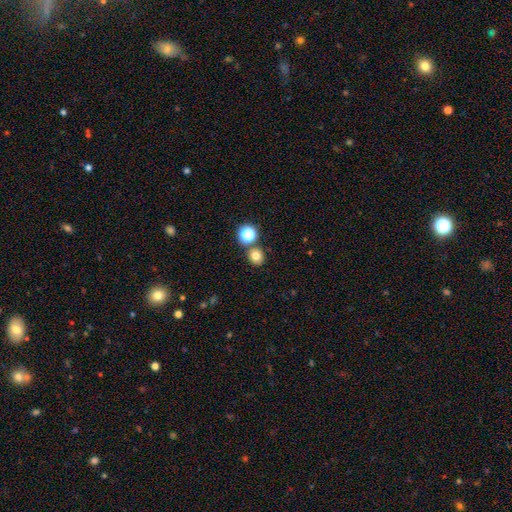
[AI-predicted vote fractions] This is likely a smooth galaxy (76%). How rounded: clearly round (83%). Merging: likely none (78%).